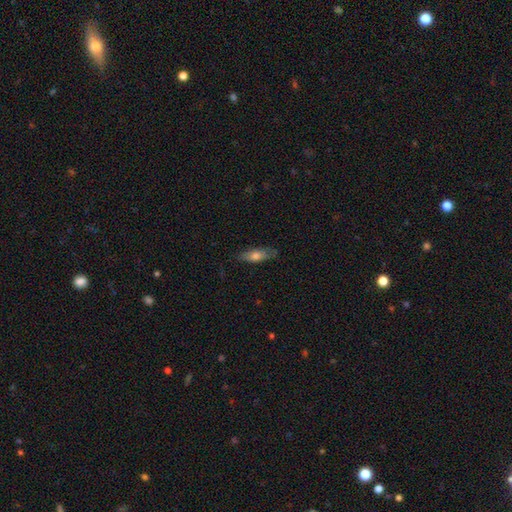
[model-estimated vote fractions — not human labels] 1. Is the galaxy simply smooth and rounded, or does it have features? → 64% smooth, 29% featured or disk, 7% star or artifact.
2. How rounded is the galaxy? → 50% in between, 47% cigar-shaped, 2% round.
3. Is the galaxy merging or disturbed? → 77% none, 18% minor disturbance, 4% major disturbance, 1% merger.